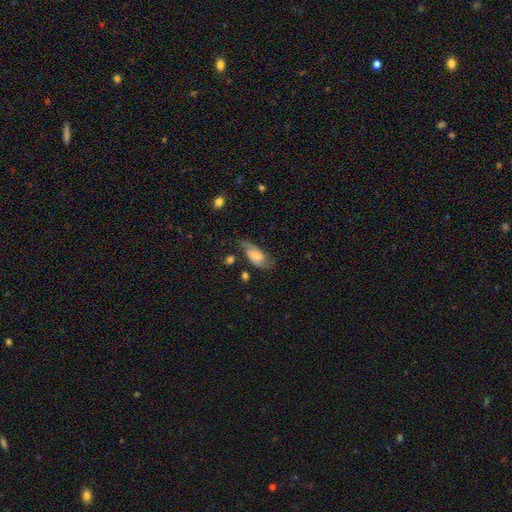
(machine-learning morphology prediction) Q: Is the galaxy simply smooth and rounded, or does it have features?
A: featured or disk — 51%.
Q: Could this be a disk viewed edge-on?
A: no — 91%.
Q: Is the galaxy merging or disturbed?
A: none — 49%.